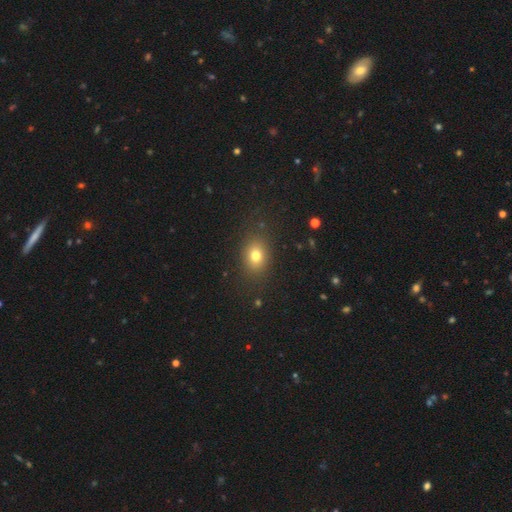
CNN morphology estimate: This appears to be a smooth galaxy with no disk features (77%) that is in between round and cigar-shaped (58%). Merging: none (83%).